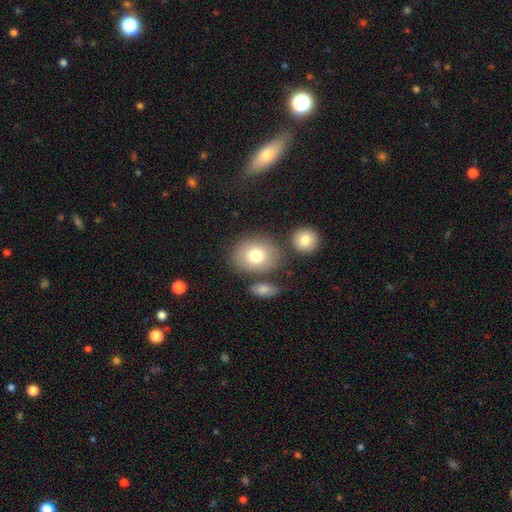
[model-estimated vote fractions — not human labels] Q: Smooth or featured?
A: smooth (78%); runner-up: featured or disk (13%)
Q: How rounded?
A: round (54%); runner-up: in between (45%)
Q: Merging?
A: none (71%); runner-up: merger (13%)